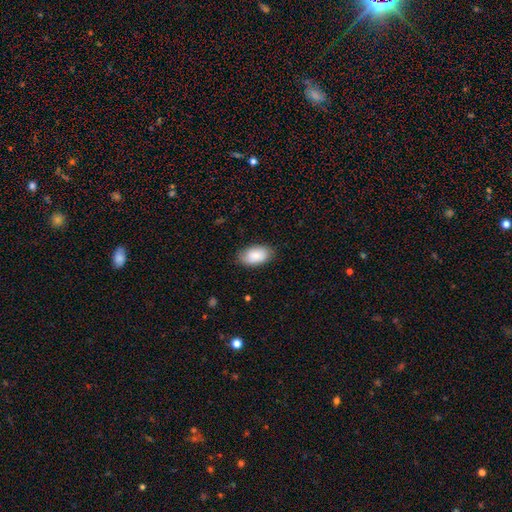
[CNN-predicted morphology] smooth_or_featured: smooth (p=0.82) [alt: featured or disk p=0.11]
how_rounded: in between (p=0.93) [alt: round p=0.05]
merging: none (p=0.80) [alt: minor disturbance p=0.16]